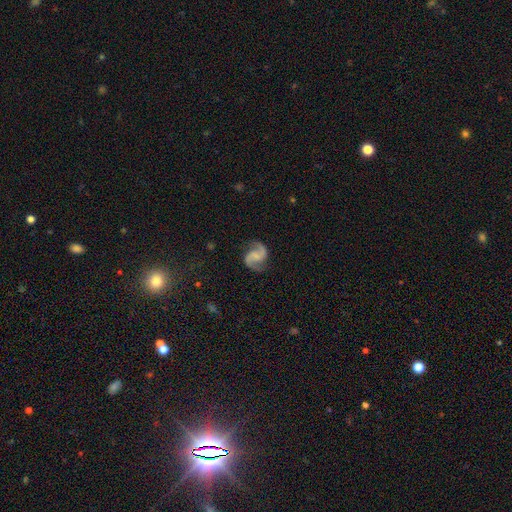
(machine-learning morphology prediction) Smooth or featured? featured or disk (89%)
Edge-on disk? no (98%)
Bar? no (44%)
Spiral arms? yes (98%)
Spiral winding? medium (51%)
Spiral arm count? 2 (94%)
Bulge size? none (58%)
Merging? none (81%)